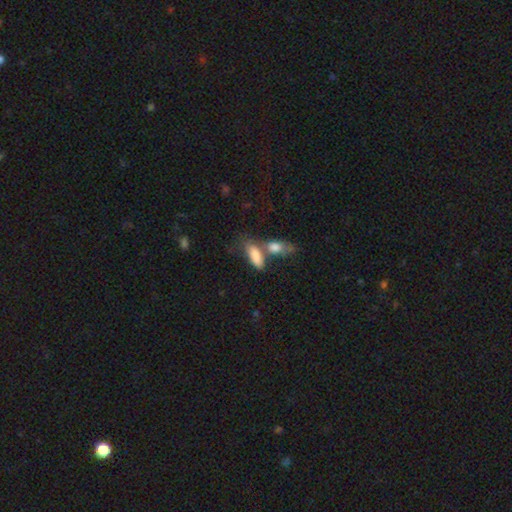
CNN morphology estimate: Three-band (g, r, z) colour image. It shows a smooth galaxy with no disk features (83%) that is in between round and cigar-shaped (76%). Merging: merger (46%).